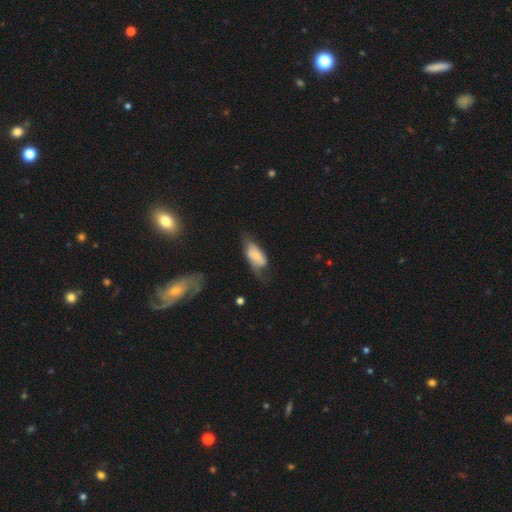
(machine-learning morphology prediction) A smooth galaxy with no disk features (52%) that is in between round and cigar-shaped (89%).

Vote fractions:
- Smooth or featured? smooth: 52% / featured or disk: 41% / star or artifact: 7%
- How rounded? in between: 89% / cigar-shaped: 7% / round: 4%
- Merging? none: 36% / minor disturbance: 31% / major disturbance: 30% / merger: 3%